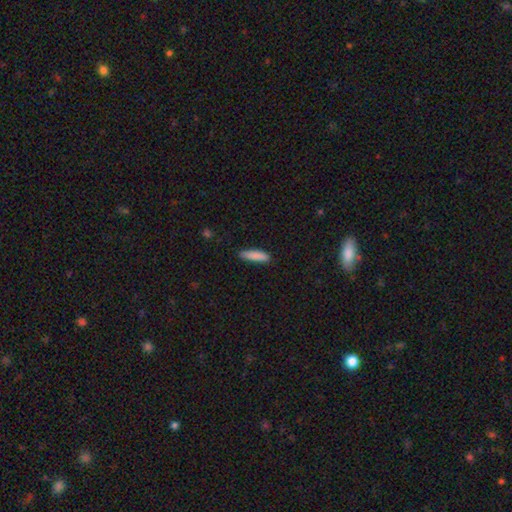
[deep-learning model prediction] Smooth or featured?
  - smooth: 87% *
  - featured or disk: 7%
  - star or artifact: 6%
How rounded?
  - cigar-shaped: 73% *
  - in between: 26%
  - round: 1%
Merging?
  - none: 85% *
  - minor disturbance: 11%
  - major disturbance: 2%
  - merger: 1%